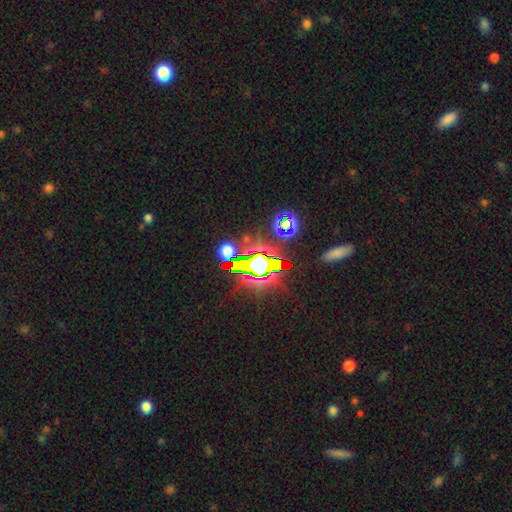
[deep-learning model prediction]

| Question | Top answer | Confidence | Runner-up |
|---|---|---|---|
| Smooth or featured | star or artifact | 79% | smooth (11%) |